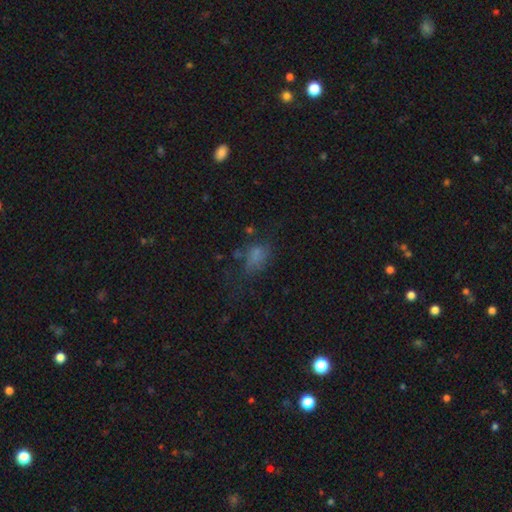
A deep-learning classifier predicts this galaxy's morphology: Q: Smooth or featured?
A: smooth (63%); runner-up: star or artifact (20%)
Q: How rounded?
A: in between (79%); runner-up: round (17%)
Q: Merging?
A: none (39%); runner-up: major disturbance (29%)